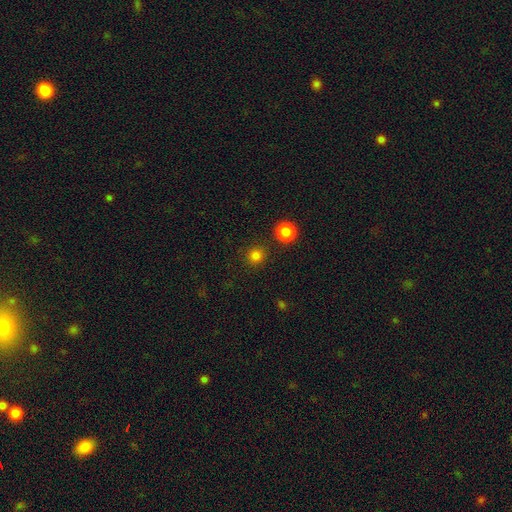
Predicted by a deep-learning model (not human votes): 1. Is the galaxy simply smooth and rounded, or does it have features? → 81% smooth, 15% star or artifact, 4% featured or disk.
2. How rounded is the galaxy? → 93% round, 6% in between, 1% cigar-shaped.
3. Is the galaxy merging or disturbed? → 88% none, 5% minor disturbance, 4% merger, 2% major disturbance.